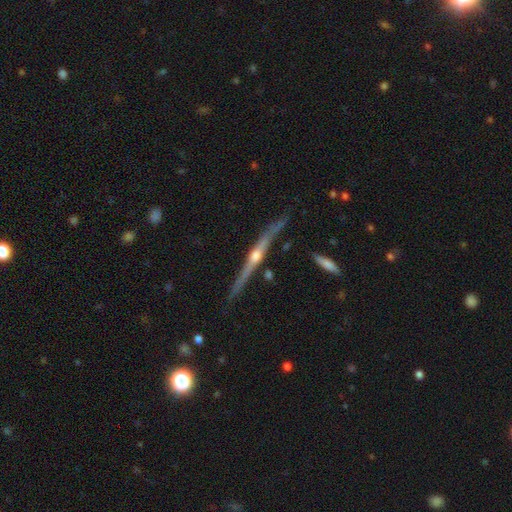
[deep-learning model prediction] featured or disk 85%, smooth 10%, star or artifact 5%. Down the decision tree: edge-on disk — yes (98%); edge-on bulge — rounded (93%); merging — none (84%).